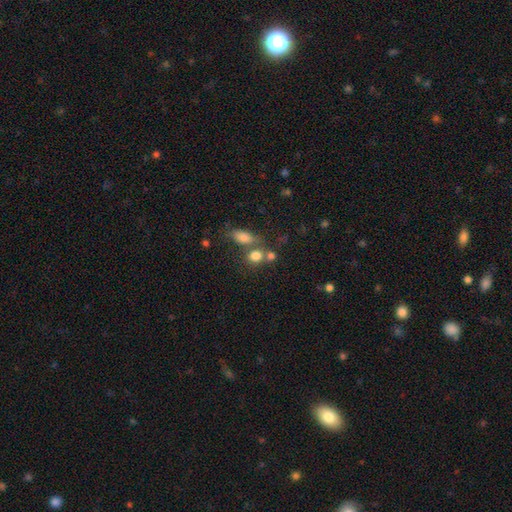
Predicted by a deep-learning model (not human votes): Smooth or featured? Predicted: smooth (p=0.78). How rounded? Predicted: round (p=0.59). Merging? Predicted: none (p=0.49).